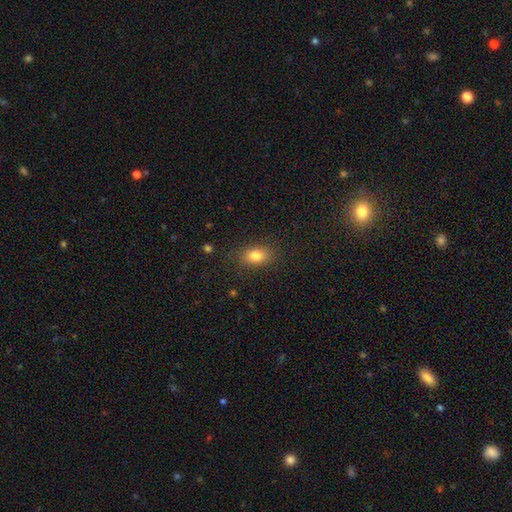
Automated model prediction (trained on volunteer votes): This appears to be a smooth galaxy with no disk features (82%) that is in between round and cigar-shaped (82%). Merging: none (84%).